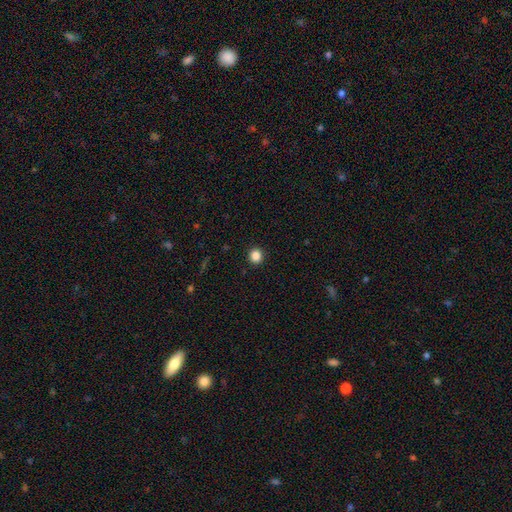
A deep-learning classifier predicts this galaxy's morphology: Smooth or featured?
  - smooth: 85% *
  - star or artifact: 11%
  - featured or disk: 4%
How rounded?
  - round: 92% *
  - in between: 7%
  - cigar-shaped: 1%
Merging?
  - none: 93% *
  - minor disturbance: 4%
  - major disturbance: 2%
  - merger: 1%